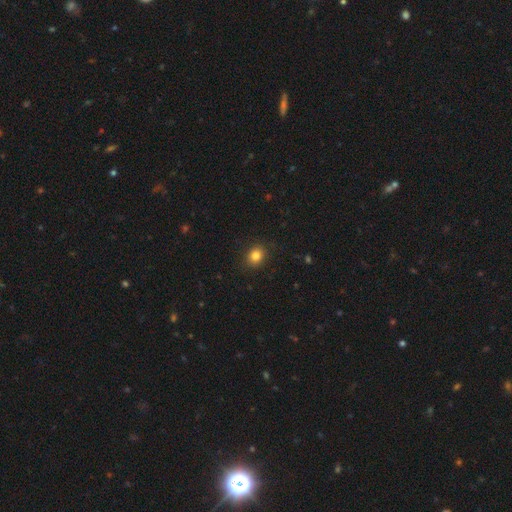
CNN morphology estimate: A smooth galaxy with no disk features (83%) that is round (65%).

Vote fractions:
- Smooth or featured? smooth: 83% / star or artifact: 11% / featured or disk: 6%
- How rounded? round: 65% / in between: 34% / cigar-shaped: 1%
- Merging? none: 88% / minor disturbance: 8% / major disturbance: 2% / merger: 1%